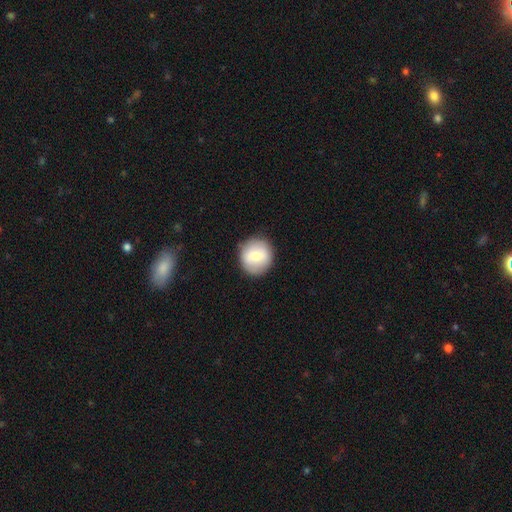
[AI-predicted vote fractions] smooth_or_featured: smooth (p=0.73) [alt: featured or disk p=0.20]
how_rounded: round (p=0.91) [alt: in between p=0.08]
merging: none (p=0.87) [alt: minor disturbance p=0.09]